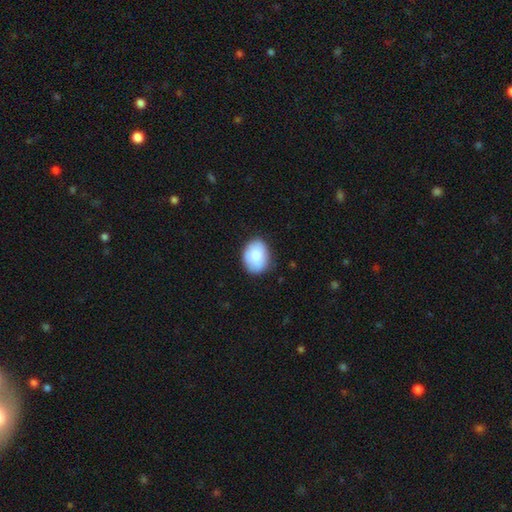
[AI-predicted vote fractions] Q: Smooth or featured?
A: smooth (83%); runner-up: featured or disk (11%)
Q: How rounded?
A: in between (65%); runner-up: round (35%)
Q: Merging?
A: none (80%); runner-up: minor disturbance (16%)